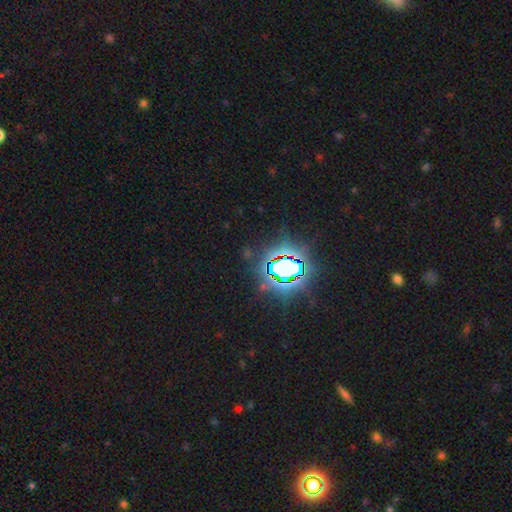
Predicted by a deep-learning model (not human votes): Smooth or featured? star or artifact (82%)